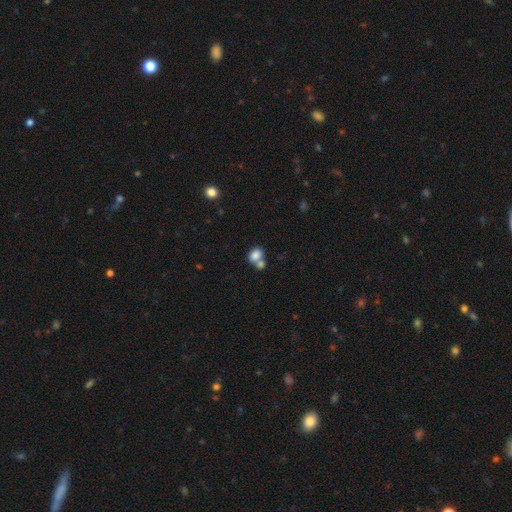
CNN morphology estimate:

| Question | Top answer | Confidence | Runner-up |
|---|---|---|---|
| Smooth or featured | smooth | 82% | featured or disk (9%) |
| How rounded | in between | 68% | round (30%) |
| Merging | merger | 50% | none (37%) |